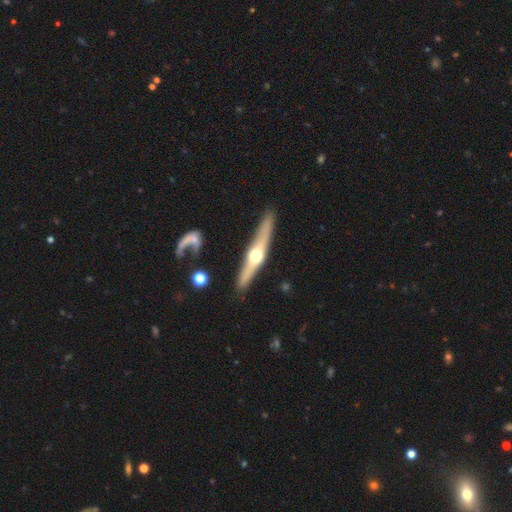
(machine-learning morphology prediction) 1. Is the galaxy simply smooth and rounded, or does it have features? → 72% featured or disk, 23% smooth, 5% star or artifact.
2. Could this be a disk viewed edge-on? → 96% yes, 4% no.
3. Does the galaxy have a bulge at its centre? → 95% rounded, 3% boxy, 3% none.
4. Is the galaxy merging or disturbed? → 88% none, 8% minor disturbance, 2% merger, 2% major disturbance.